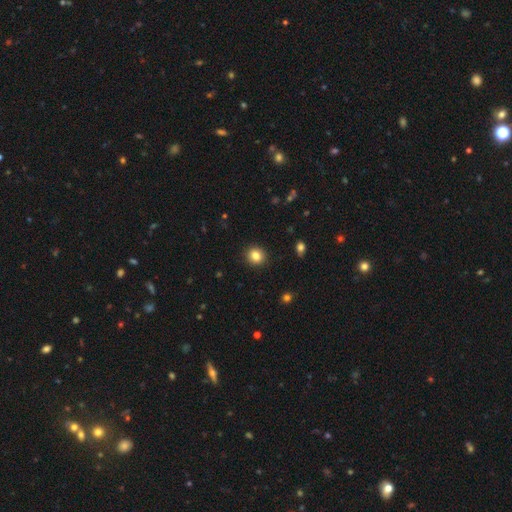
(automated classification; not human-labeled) Morphology: type=smooth (84%); roundness=round (82%); merging=none (92%).